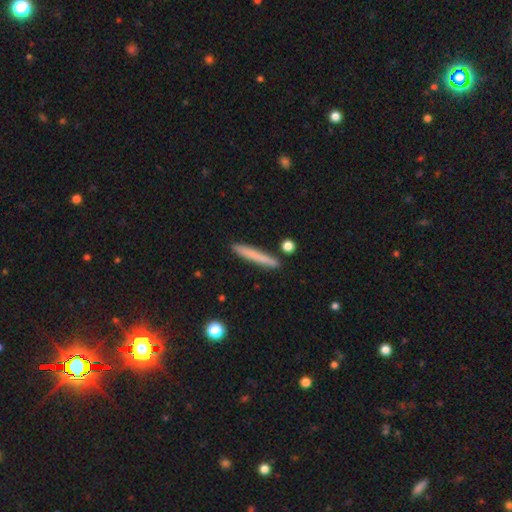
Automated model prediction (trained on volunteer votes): smooth 72%, featured or disk 22%, star or artifact 7%. Down the decision tree: how rounded — cigar-shaped (96%); merging — none (88%).